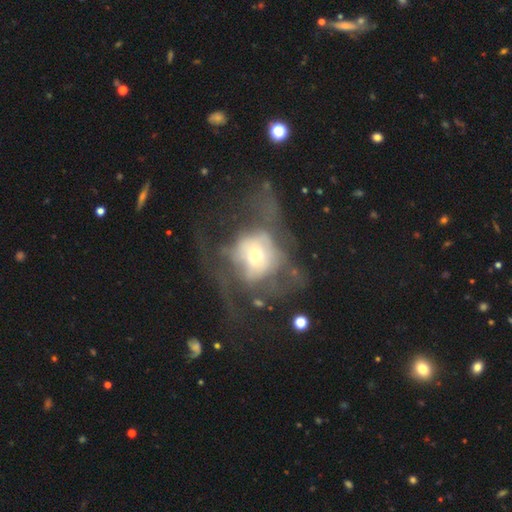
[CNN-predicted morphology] A featured or disk galaxy (57%) with no bar (80%), no spiral arms (72%) and a small central bulge (45%). Merging: major disturbance (58%).